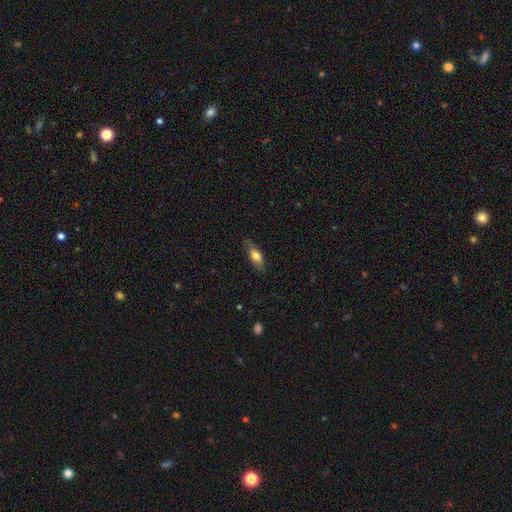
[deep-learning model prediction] The model was most divided on "how rounded": in between: 67%, cigar-shaped: 30%, round: 3%. More confident: merging — none (77%); smooth or featured — smooth (72%).